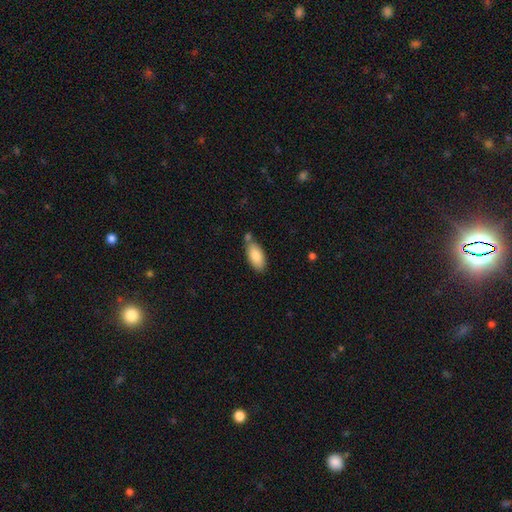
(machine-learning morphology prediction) Smooth or featured? smooth (84%)
How rounded? in between (91%)
Merging? none (64%)